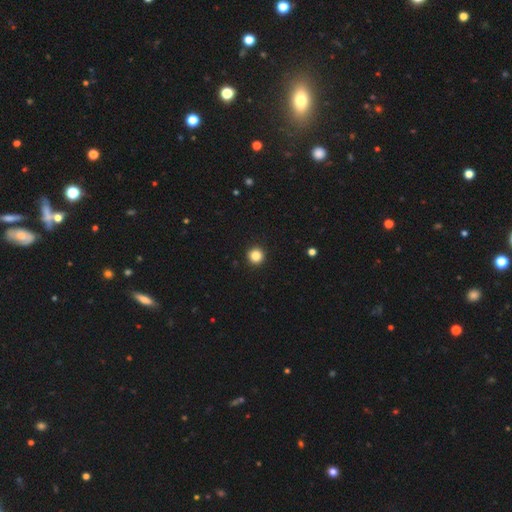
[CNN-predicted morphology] smooth 85%, star or artifact 11%, featured or disk 3%. Down the decision tree: how rounded — round (96%); merging — none (93%).